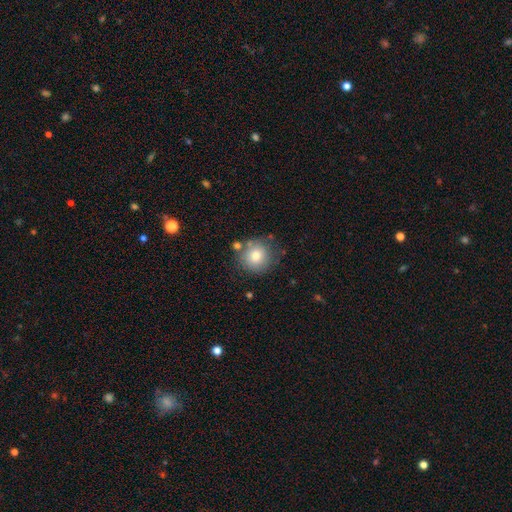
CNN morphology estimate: This appears to be a smooth galaxy with no disk features (77%) that is round (91%). Merging: none (74%).